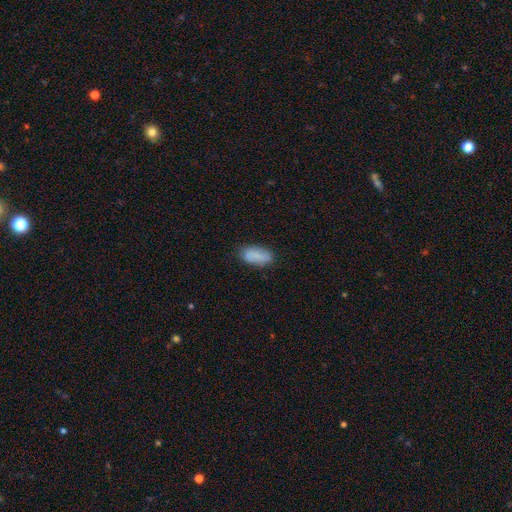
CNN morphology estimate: This is clearly a smooth galaxy (83%). How rounded: clearly in between (89%). Merging: clearly none (81%).